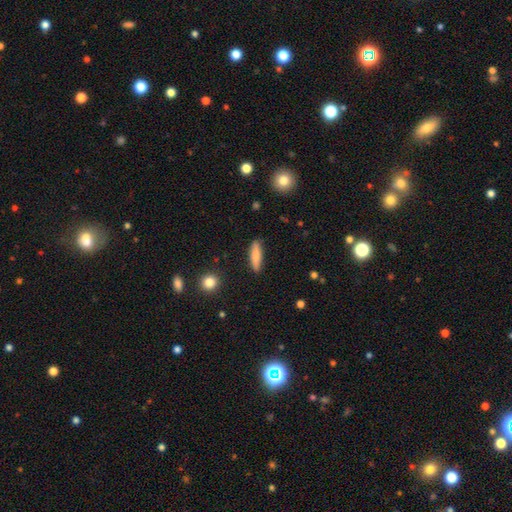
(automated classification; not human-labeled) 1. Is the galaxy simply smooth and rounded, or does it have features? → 79% smooth, 15% featured or disk, 6% star or artifact.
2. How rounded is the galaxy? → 67% cigar-shaped, 31% in between, 2% round.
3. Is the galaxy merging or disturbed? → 87% none, 9% minor disturbance, 2% major disturbance, 1% merger.